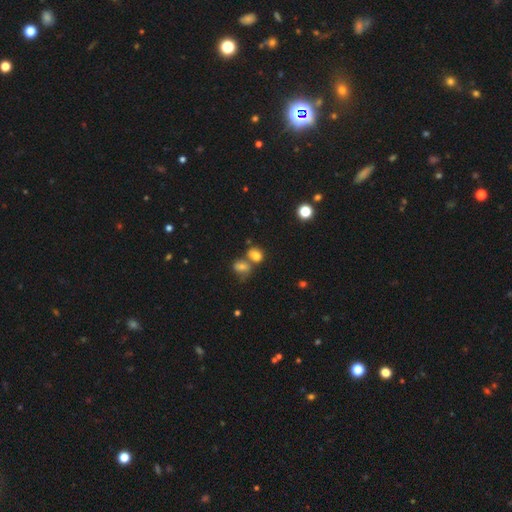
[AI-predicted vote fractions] Smooth or featured? Predicted: smooth (p=0.77). How rounded? Predicted: in between (p=0.51). Merging? Predicted: none (p=0.45).